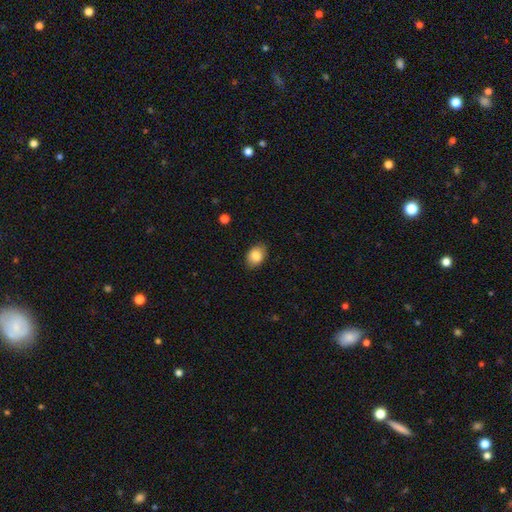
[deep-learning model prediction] A smooth galaxy with no disk features (85%) that is in between round and cigar-shaped (77%). Merging: none (85%).